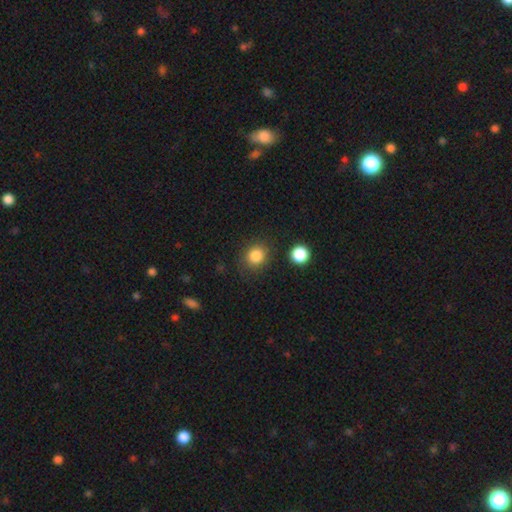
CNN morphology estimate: Smooth or featured? Predicted: smooth (p=0.84). How rounded? Predicted: round (p=0.79). Merging? Predicted: none (p=0.81).